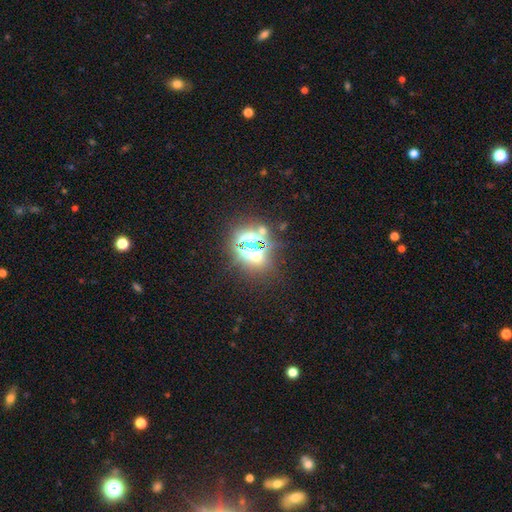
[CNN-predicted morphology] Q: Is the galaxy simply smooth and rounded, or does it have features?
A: star or artifact — 61%.